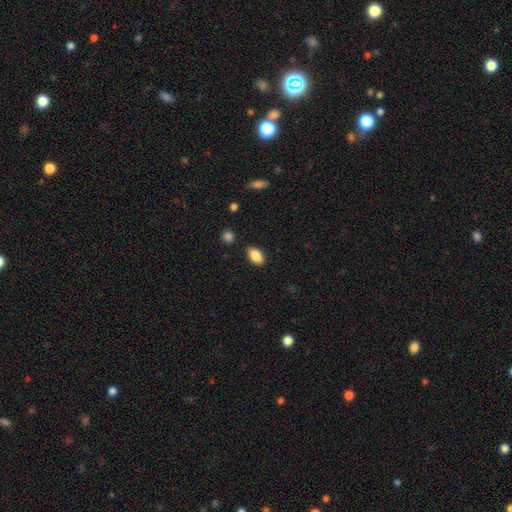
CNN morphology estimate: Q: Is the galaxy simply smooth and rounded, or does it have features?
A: smooth — 86%.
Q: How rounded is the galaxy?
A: in between — 90%.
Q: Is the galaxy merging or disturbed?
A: none — 86%.